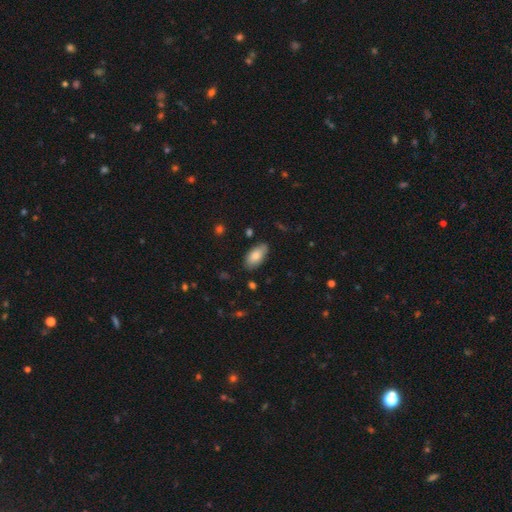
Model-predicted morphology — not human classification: The model was most divided on "smooth or featured": smooth: 80%, featured or disk: 13%, star or artifact: 7%. More confident: how rounded — in between (93%); merging — none (82%).